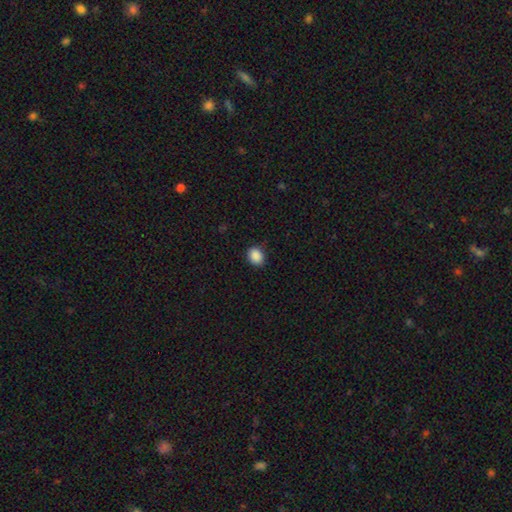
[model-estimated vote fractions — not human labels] Overall: smooth (89%). How rounded: round (51%; in between 48%). Merging: none (86%).